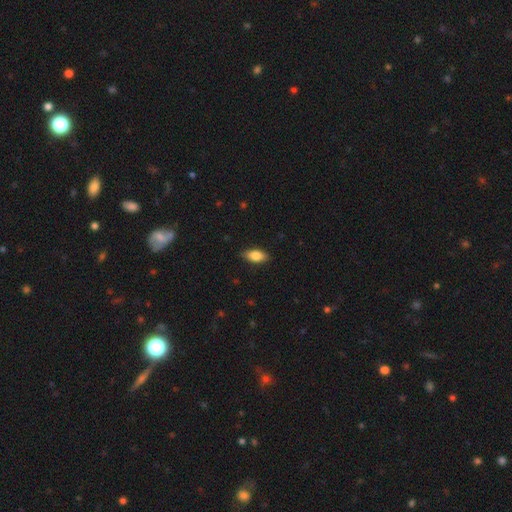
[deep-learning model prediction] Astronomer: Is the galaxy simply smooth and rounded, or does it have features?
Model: smooth — 82%.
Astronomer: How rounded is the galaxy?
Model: in between — 87%.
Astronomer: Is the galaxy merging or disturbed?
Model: none — 84%.